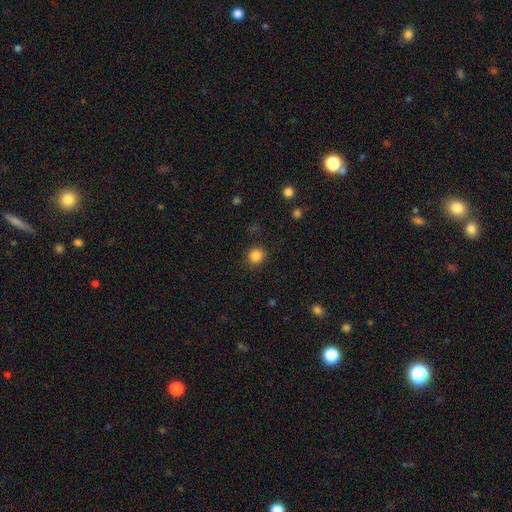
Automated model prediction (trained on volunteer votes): Smooth or featured: smooth — 85% (star or artifact — 11%)
How rounded: round — 90% (in between — 9%)
Merging: none — 90% (minor disturbance — 7%)